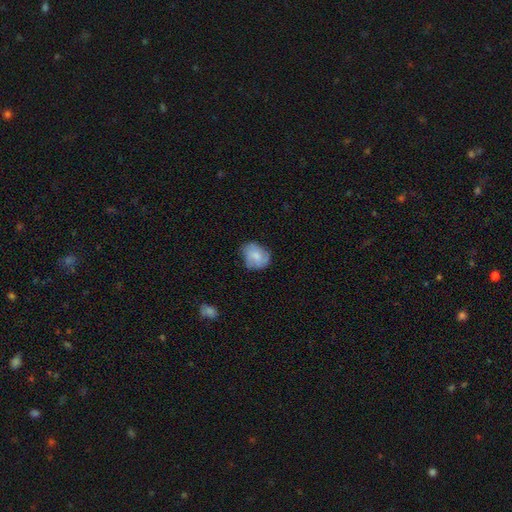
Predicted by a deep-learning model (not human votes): Smooth or featured? Predicted: smooth (p=0.69). How rounded? Predicted: round (p=0.57). Merging? Predicted: none (p=0.60).